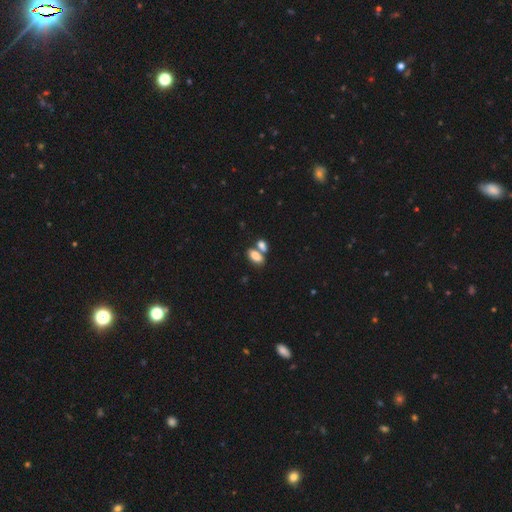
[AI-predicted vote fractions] smooth 83%, star or artifact 9%, featured or disk 8%. Down the decision tree: how rounded — in between (89%); merging — merger (46%).